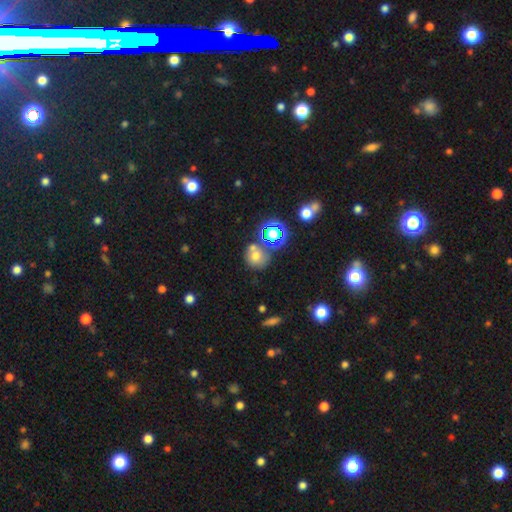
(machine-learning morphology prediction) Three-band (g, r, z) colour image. It shows a smooth galaxy with no disk features (63%) that is round (81%). Merging: none (55%).